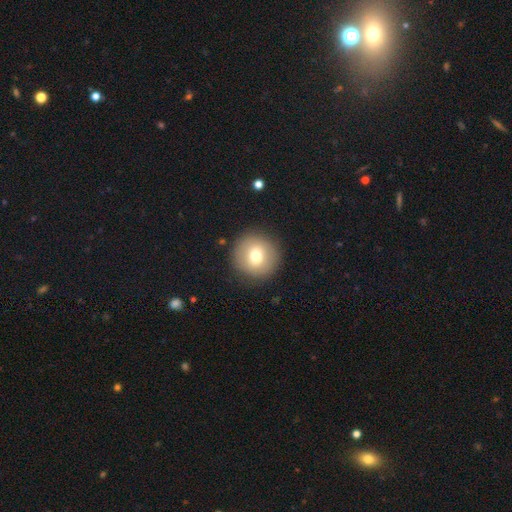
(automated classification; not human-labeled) This is likely a smooth galaxy (74%). How rounded: clearly round (95%). Merging: clearly none (89%).